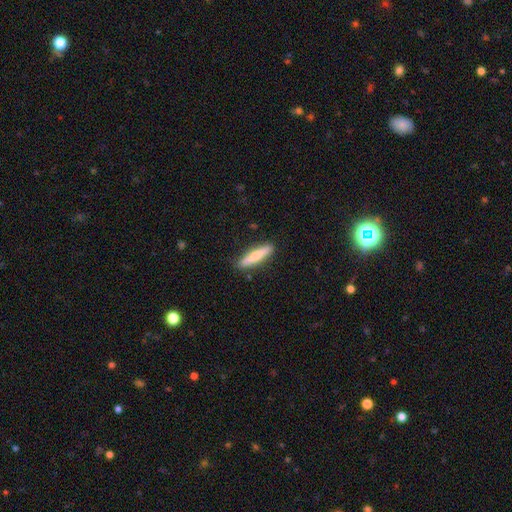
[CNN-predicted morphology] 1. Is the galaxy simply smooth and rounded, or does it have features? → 63% smooth, 32% featured or disk, 5% star or artifact.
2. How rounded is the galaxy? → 85% cigar-shaped, 13% in between, 2% round.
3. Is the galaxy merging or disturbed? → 88% none, 9% minor disturbance, 2% major disturbance, 1% merger.